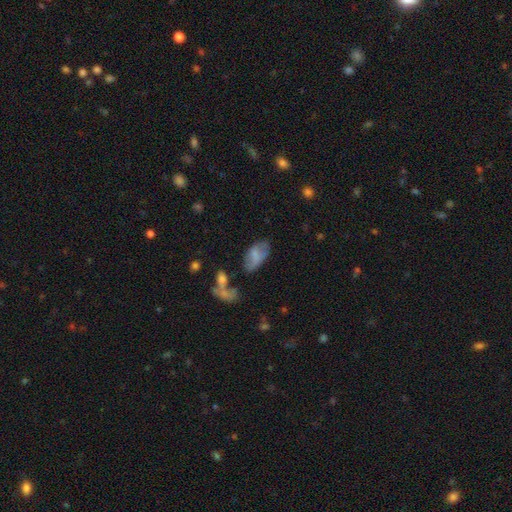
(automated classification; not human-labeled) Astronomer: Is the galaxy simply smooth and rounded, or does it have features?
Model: smooth — 65%.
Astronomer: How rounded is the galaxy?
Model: in between — 92%.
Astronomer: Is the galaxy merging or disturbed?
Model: none — 53%.